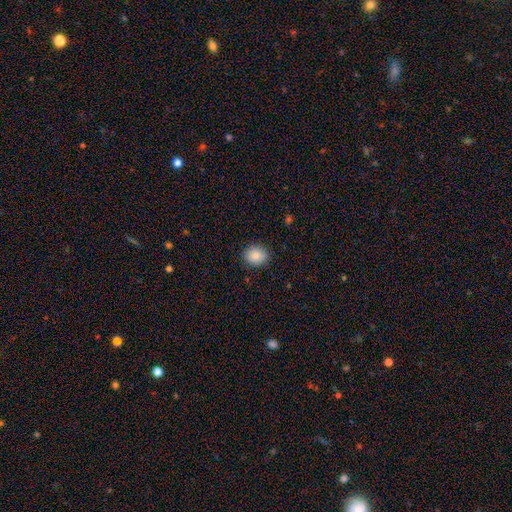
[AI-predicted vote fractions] A smooth galaxy with no disk features (88%) that is round (57%). Merging: none (88%).